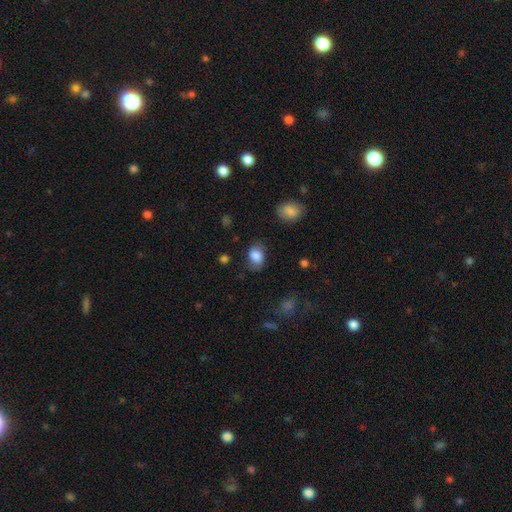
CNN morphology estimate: Smooth or featured: smooth — 82% (featured or disk — 10%)
How rounded: in between — 72% (round — 27%)
Merging: none — 71% (minor disturbance — 21%)